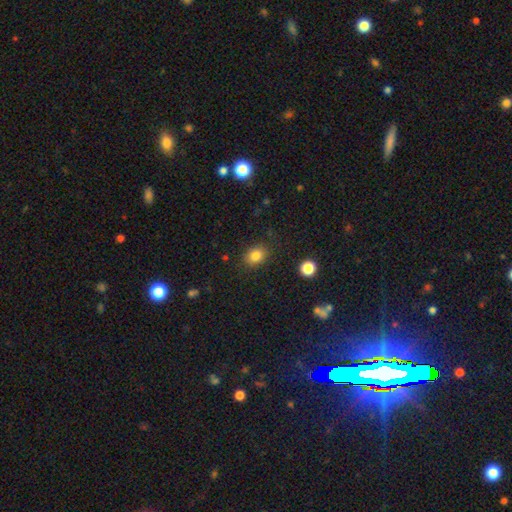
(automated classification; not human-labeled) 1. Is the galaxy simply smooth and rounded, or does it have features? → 82% smooth, 11% star or artifact, 7% featured or disk.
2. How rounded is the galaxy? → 62% in between, 37% round, 1% cigar-shaped.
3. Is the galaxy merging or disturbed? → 85% none, 11% minor disturbance, 3% major disturbance, 2% merger.